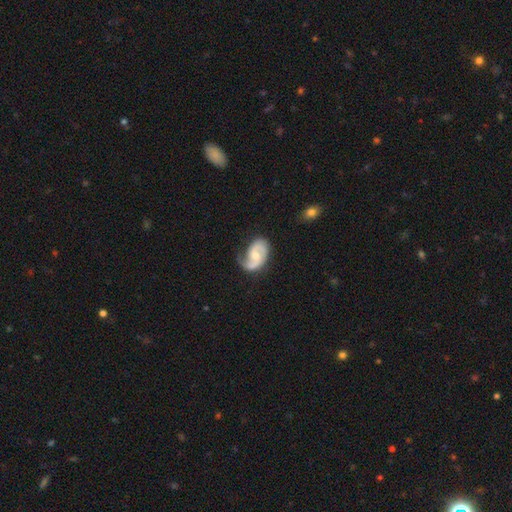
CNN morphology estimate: Q: Smooth or featured?
A: featured or disk (83%); runner-up: smooth (13%)
Q: Edge-on disk?
A: no (98%); runner-up: yes (2%)
Q: Bar?
A: no (48%); runner-up: weak (43%)
Q: Spiral arms?
A: yes (96%); runner-up: no (4%)
Q: Spiral winding?
A: medium (50%); runner-up: tight (26%)
Q: Spiral arm count?
A: 2 (79%); runner-up: 1 (13%)
Q: Bulge size?
A: moderate (52%); runner-up: small (38%)
Q: Merging?
A: none (60%); runner-up: minor disturbance (26%)